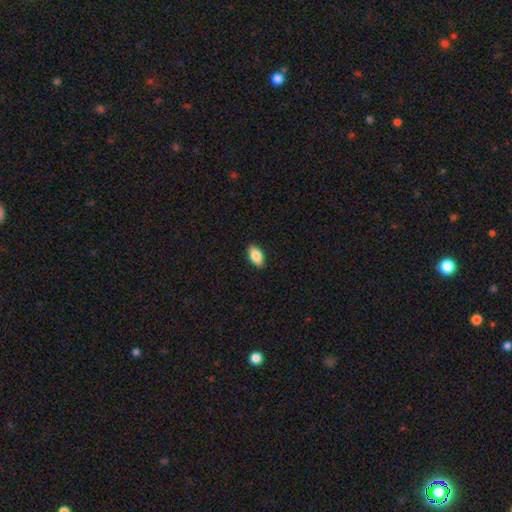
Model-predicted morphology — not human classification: A smooth galaxy with no disk features (84%) that is in between round and cigar-shaped (91%). Merging: none (89%).